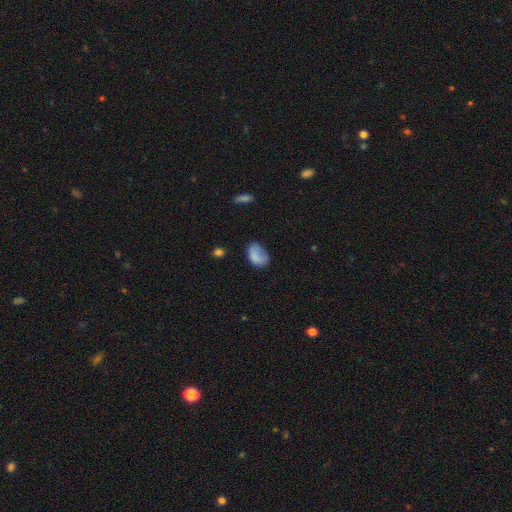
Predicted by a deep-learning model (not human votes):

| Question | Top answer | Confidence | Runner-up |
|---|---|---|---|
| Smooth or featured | smooth | 78% | featured or disk (13%) |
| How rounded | in between | 87% | round (12%) |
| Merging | none | 48% | minor disturbance (31%) |